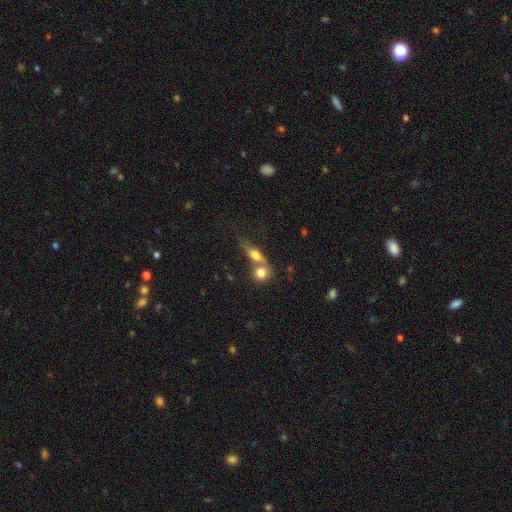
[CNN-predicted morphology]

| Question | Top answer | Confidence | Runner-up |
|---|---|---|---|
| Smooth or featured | smooth | 65% | featured or disk (24%) |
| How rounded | in between | 48% | round (33%) |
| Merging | merger | 55% | none (28%) |